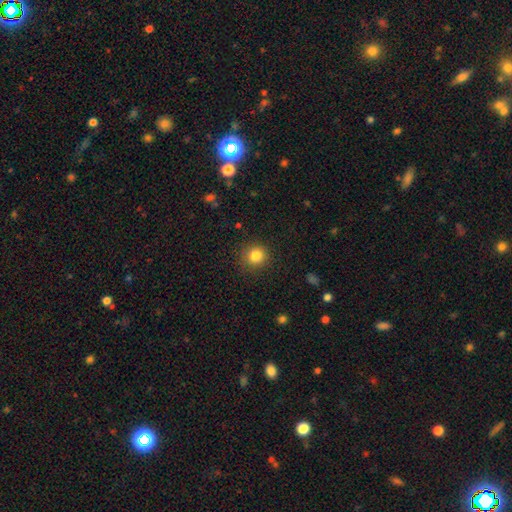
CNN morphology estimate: Smooth or featured?
  - smooth: 84% *
  - star or artifact: 11%
  - featured or disk: 5%
How rounded?
  - round: 90% *
  - in between: 9%
  - cigar-shaped: 1%
Merging?
  - none: 88% *
  - minor disturbance: 8%
  - major disturbance: 3%
  - merger: 1%